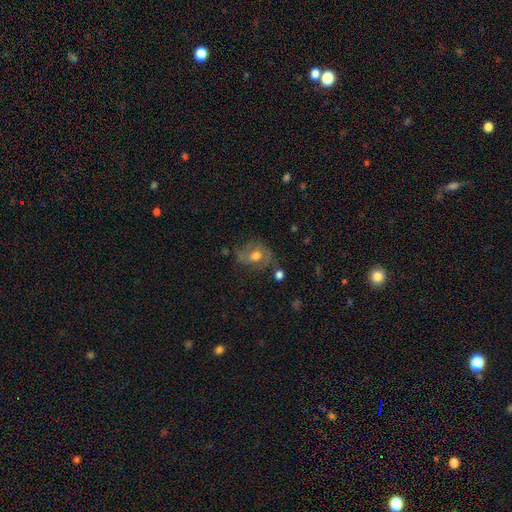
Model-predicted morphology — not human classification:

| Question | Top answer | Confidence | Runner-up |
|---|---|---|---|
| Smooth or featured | featured or disk | 51% | smooth (35%) |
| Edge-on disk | no | 95% | yes (5%) |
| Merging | none | 60% | minor disturbance (23%) |